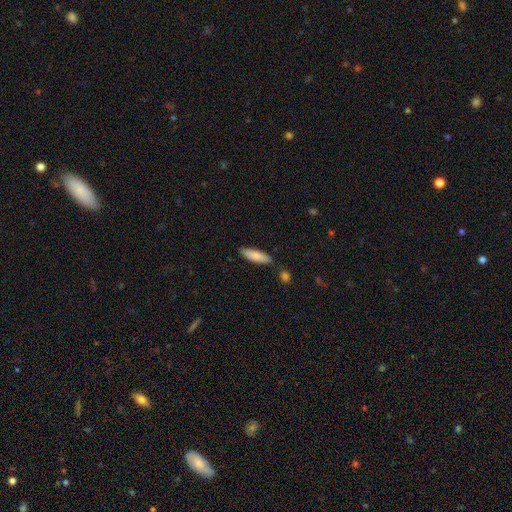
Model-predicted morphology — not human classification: This appears to be a smooth galaxy with no disk features (83%) that is cigar-shaped (55%). Merging: none (84%).